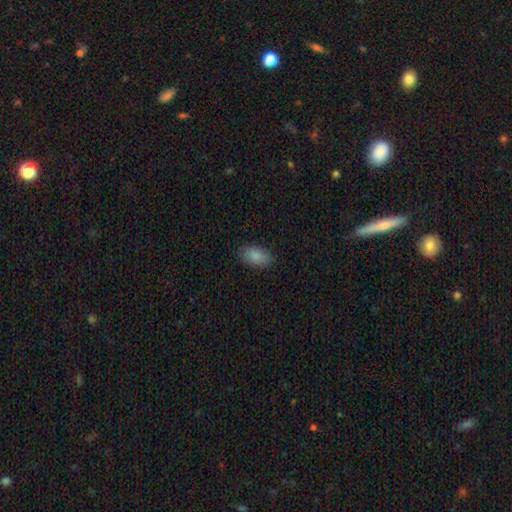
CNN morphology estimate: A smooth galaxy with no disk features (88%) that is in between round and cigar-shaped (92%).

Vote fractions:
- Smooth or featured? smooth: 88% / star or artifact: 7% / featured or disk: 5%
- How rounded? in between: 92% / cigar-shaped: 5% / round: 3%
- Merging? none: 84% / minor disturbance: 12% / major disturbance: 3% / merger: 1%